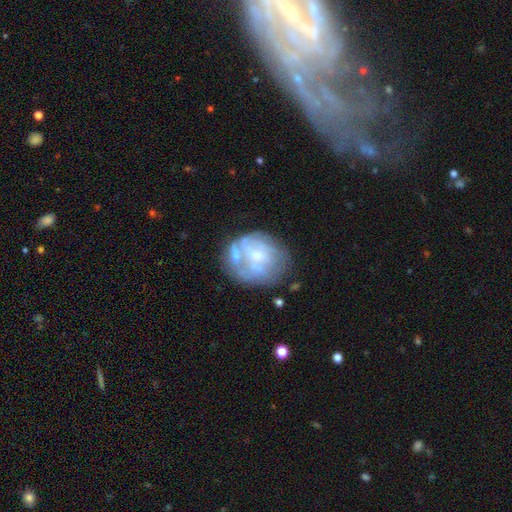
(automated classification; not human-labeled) Q: Smooth or featured?
A: featured or disk (58%); runner-up: smooth (32%)
Q: Edge-on disk?
A: no (98%); runner-up: yes (2%)
Q: Bar?
A: no (71%); runner-up: weak (24%)
Q: Spiral arms?
A: no (64%); runner-up: yes (36%)
Q: Bulge size?
A: small (52%); runner-up: moderate (29%)
Q: Merging?
A: none (44%); runner-up: minor disturbance (22%)